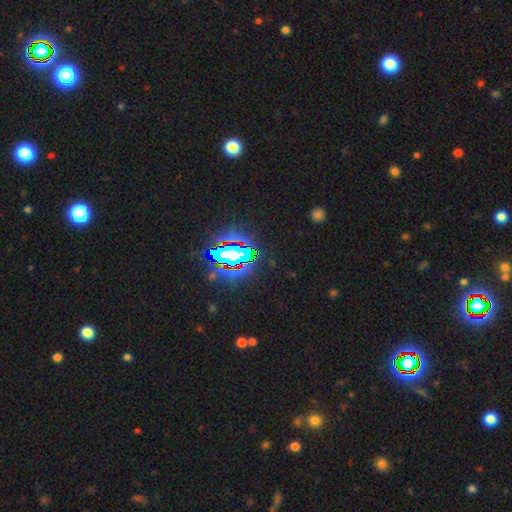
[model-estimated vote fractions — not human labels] star or artifact 79%, smooth 12%, featured or disk 9%.